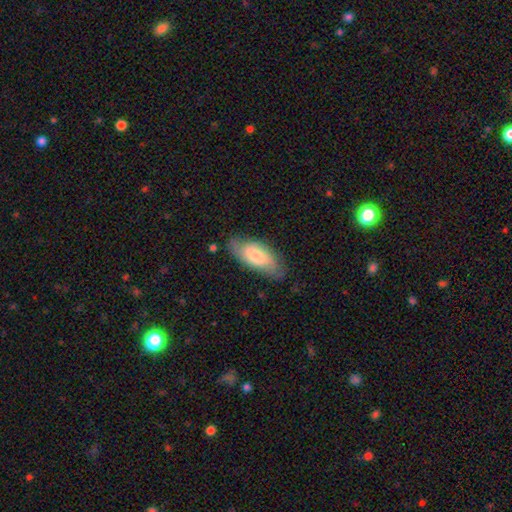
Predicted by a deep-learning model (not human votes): Smooth or featured: smooth — 60% (featured or disk — 34%)
How rounded: in between — 85% (cigar-shaped — 12%)
Merging: none — 71% (minor disturbance — 22%)